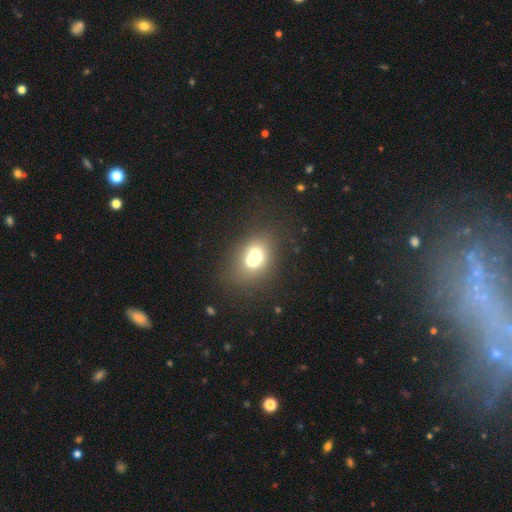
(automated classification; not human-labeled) Smooth or featured?
  - smooth: 63% *
  - featured or disk: 25%
  - star or artifact: 12%
How rounded?
  - round: 53% *
  - in between: 46%
  - cigar-shaped: 1%
Merging?
  - merger: 60% *
  - none: 29%
  - minor disturbance: 7%
  - major disturbance: 4%